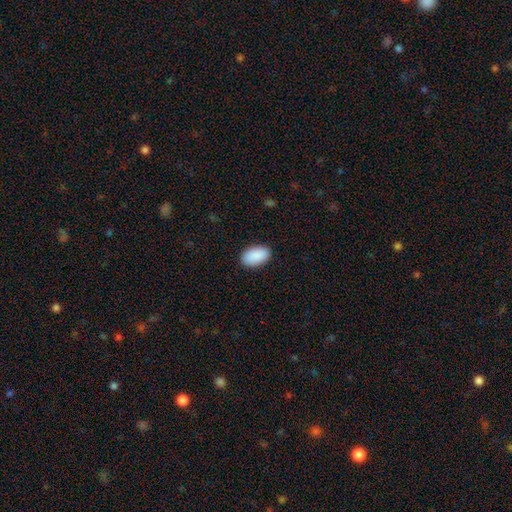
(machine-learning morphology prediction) Q: Smooth or featured?
A: smooth (92%); runner-up: star or artifact (6%)
Q: How rounded?
A: in between (95%); runner-up: round (4%)
Q: Merging?
A: none (89%); runner-up: minor disturbance (8%)